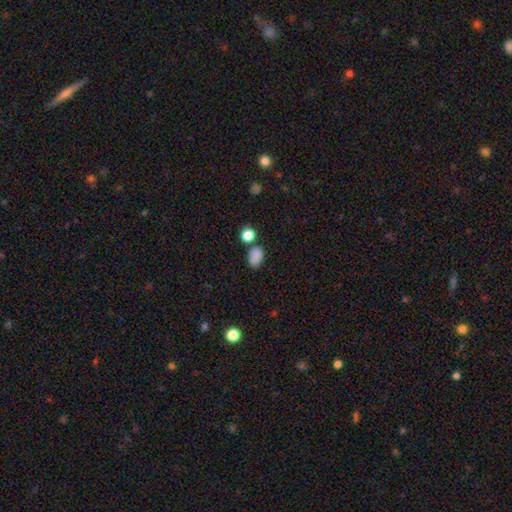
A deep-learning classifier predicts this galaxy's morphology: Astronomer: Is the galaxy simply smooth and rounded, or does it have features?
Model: smooth — 82%.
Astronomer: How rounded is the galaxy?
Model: in between — 81%.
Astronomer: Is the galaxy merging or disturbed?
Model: none — 70%.